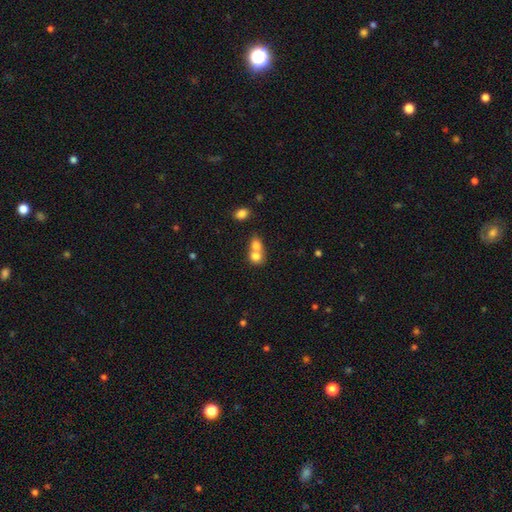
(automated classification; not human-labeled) smooth-or-featured: smooth: 76% | featured or disk: 15% | star or artifact: 10%
  how-rounded: round: 68% | in between: 30% | cigar-shaped: 1%
  merging: merger: 69% | none: 24% | minor disturbance: 5% | major disturbance: 2%